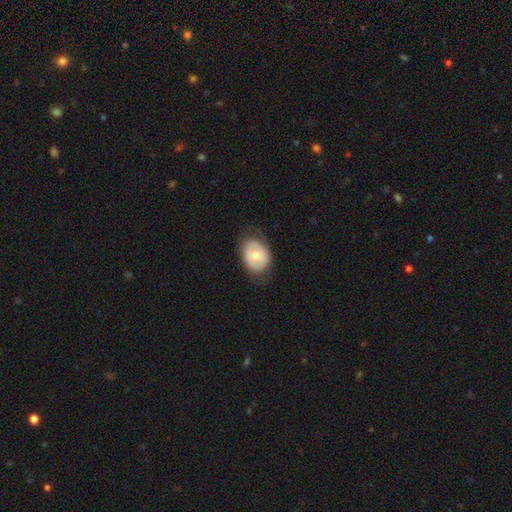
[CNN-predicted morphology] Smooth or featured: smooth — 58% (featured or disk — 35%)
How rounded: in between — 66% (round — 34%)
Merging: none — 74% (minor disturbance — 19%)